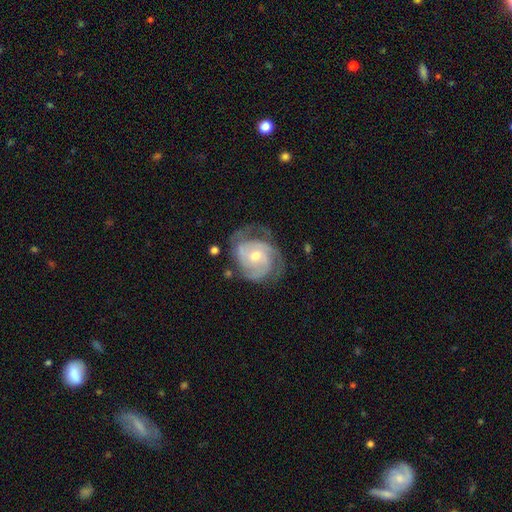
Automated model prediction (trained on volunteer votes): Morphology: type=featured or disk (86%); edge-on=no (98%); bar=no (64%); spiral arms=yes (96%); winding=tight (56%); arm count=3 (37%); bulge=small (50%); merging=none (62%).